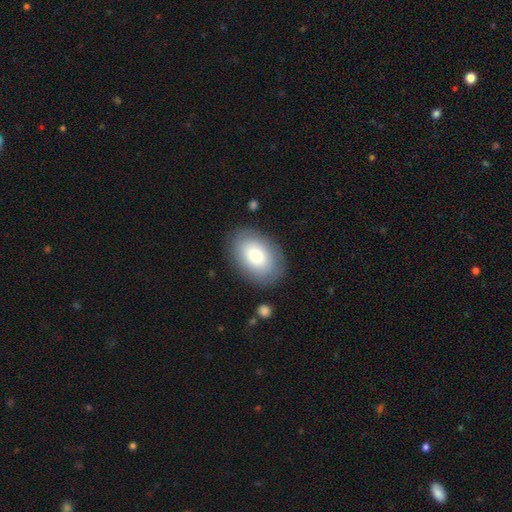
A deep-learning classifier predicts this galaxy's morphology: Smooth or featured: smooth — 79% (featured or disk — 14%)
How rounded: in between — 87% (round — 12%)
Merging: none — 84% (minor disturbance — 11%)